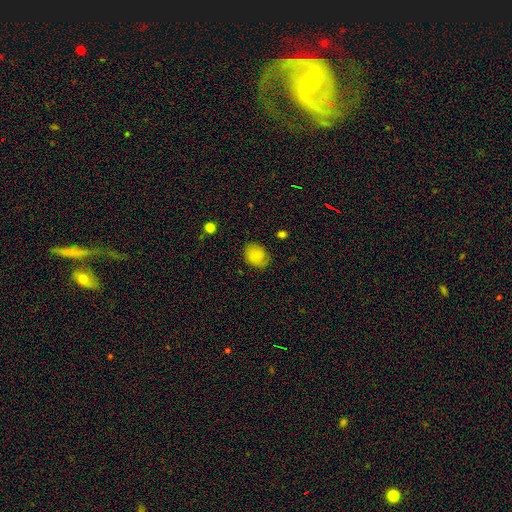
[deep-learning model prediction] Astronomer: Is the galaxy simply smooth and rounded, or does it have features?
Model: smooth — 82%.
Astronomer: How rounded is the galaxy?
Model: in between — 51% (runner-up: round, 48%).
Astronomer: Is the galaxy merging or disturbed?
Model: none — 79%.